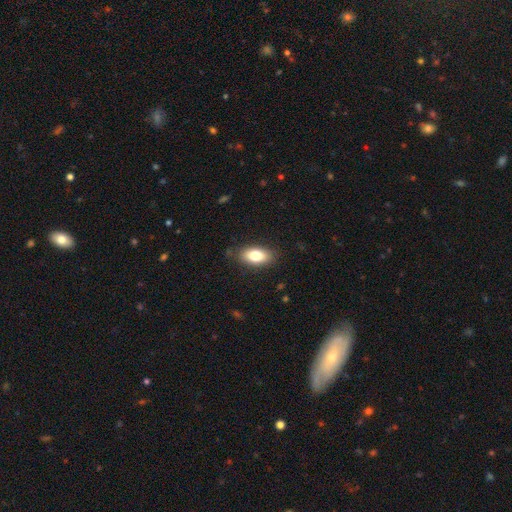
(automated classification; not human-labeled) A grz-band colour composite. It shows a smooth galaxy with no disk features (81%) that is in between round and cigar-shaped (89%). Merging: none (84%).